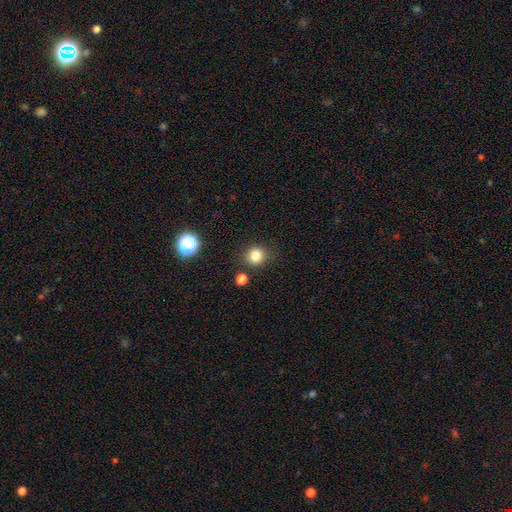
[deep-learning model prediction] Q: Smooth or featured?
A: smooth (81%); runner-up: star or artifact (13%)
Q: How rounded?
A: round (86%); runner-up: in between (13%)
Q: Merging?
A: none (82%); runner-up: minor disturbance (10%)